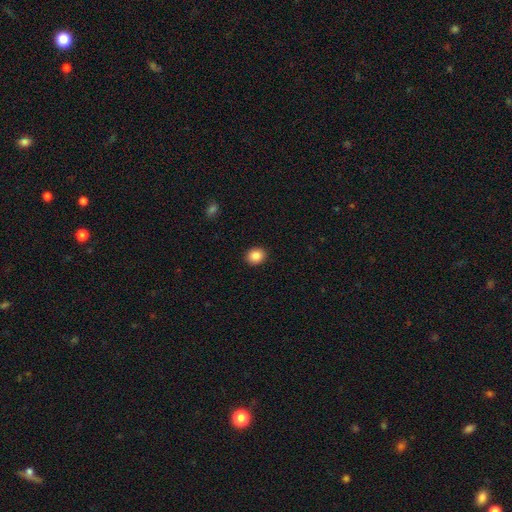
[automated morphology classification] This appears to be a smooth galaxy with no disk features (86%) that is round (69%). Merging: none (92%).